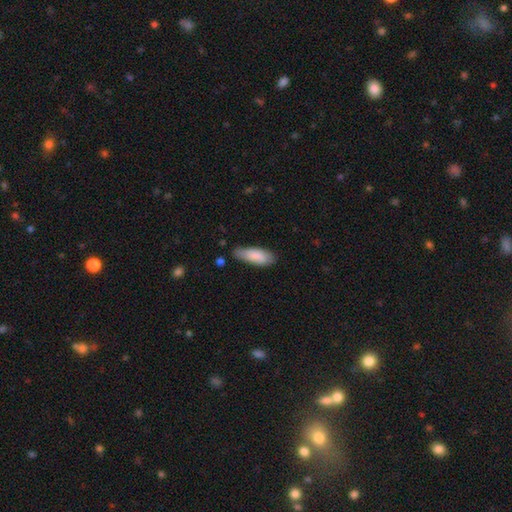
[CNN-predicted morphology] Q: Smooth or featured?
A: smooth (85%); runner-up: featured or disk (9%)
Q: How rounded?
A: in between (67%); runner-up: cigar-shaped (31%)
Q: Merging?
A: none (61%); runner-up: minor disturbance (31%)